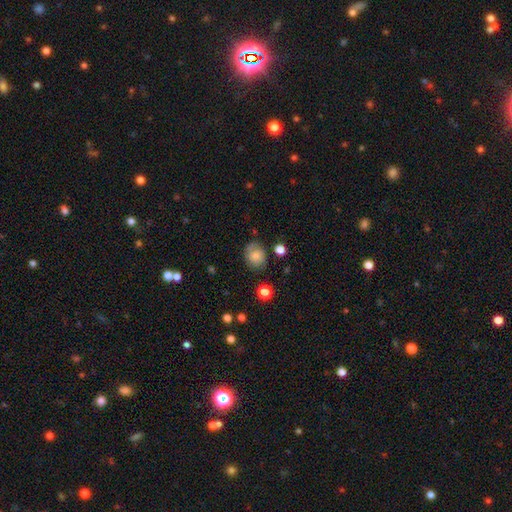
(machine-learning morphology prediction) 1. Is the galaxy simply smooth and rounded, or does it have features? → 75% smooth, 15% featured or disk, 10% star or artifact.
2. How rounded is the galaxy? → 64% round, 35% in between, 1% cigar-shaped.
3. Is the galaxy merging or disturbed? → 71% none, 20% minor disturbance, 6% major disturbance, 3% merger.